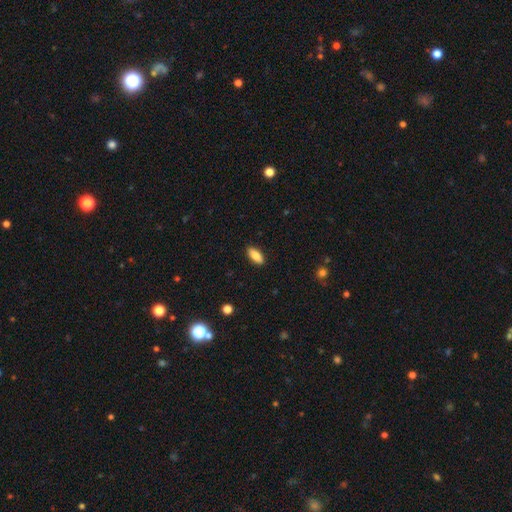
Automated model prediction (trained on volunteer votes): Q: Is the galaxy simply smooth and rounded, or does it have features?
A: smooth — 84%.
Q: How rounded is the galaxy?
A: in between — 82%.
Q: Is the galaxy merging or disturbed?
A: none — 90%.